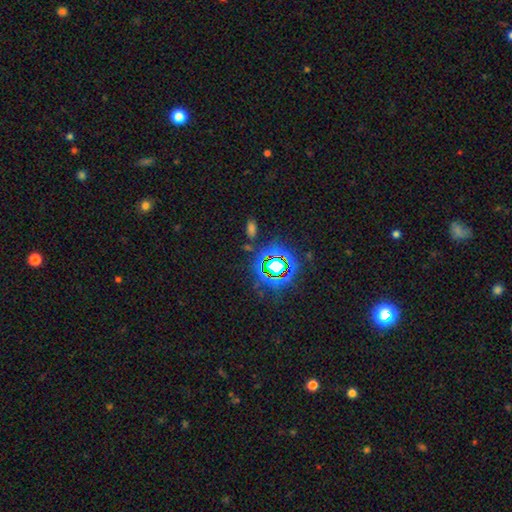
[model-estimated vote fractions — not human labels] star or artifact 76%, smooth 13%, featured or disk 11%.